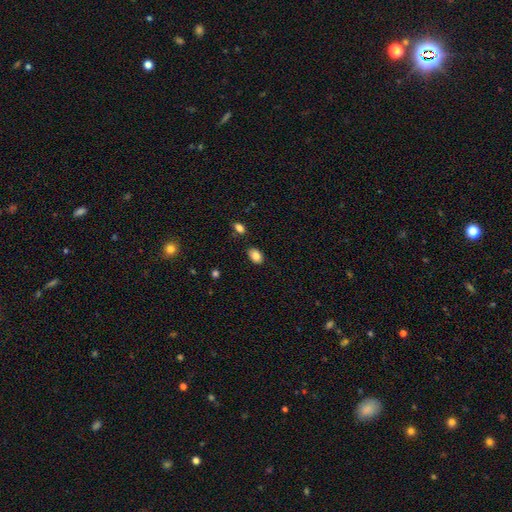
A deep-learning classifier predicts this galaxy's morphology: The model was most divided on "how rounded": in between: 84%, round: 15%, cigar-shaped: 1%. More confident: smooth or featured — smooth (85%); merging — none (84%).